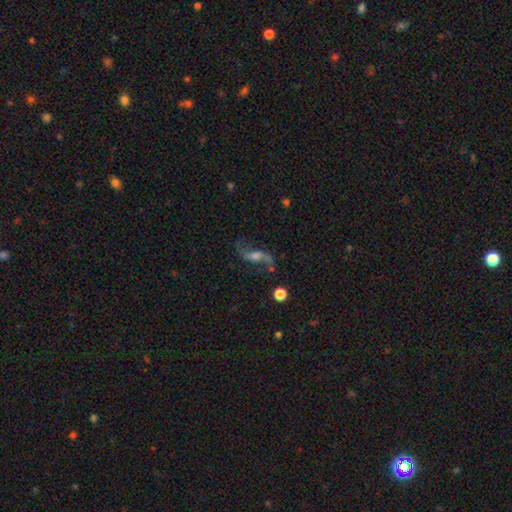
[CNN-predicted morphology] A featured or disk galaxy (81%) with a weak bar (41%), 2 (92%) loose (88%) spiral arms (94%) and a moderate central bulge (42%).

Vote fractions:
- Smooth or featured? featured or disk: 81% / star or artifact: 10% / smooth: 9%
- Edge-on disk? no: 91% / yes: 9%
- Bar? weak: 41% / no: 39% / strong: 21%
- Spiral arms? yes: 94% / no: 6%
- Spiral winding? loose: 88% / medium: 9% / tight: 3%
- Spiral arm count? 2: 92% / 1: 3% / can't tell: 2% / 3: 1% / 4: 1% / more than 4: 1%
- Bulge size? moderate: 42% / small: 34% / none: 14% / large: 8% / dominant: 2%
- Merging? none: 70% / minor disturbance: 15% / major disturbance: 11% / merger: 4%